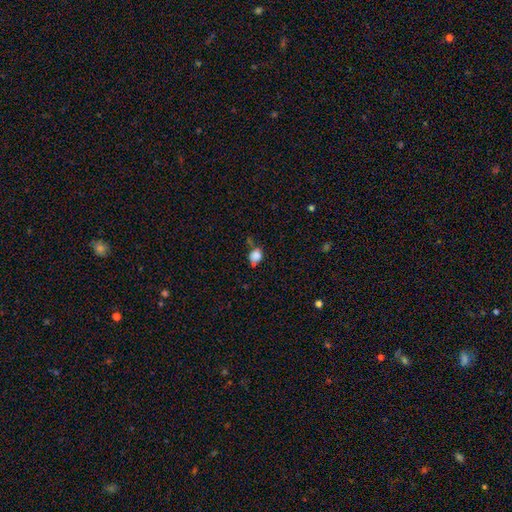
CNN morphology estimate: A smooth galaxy with no disk features (83%) that is round (55%). Merging: none (52%).